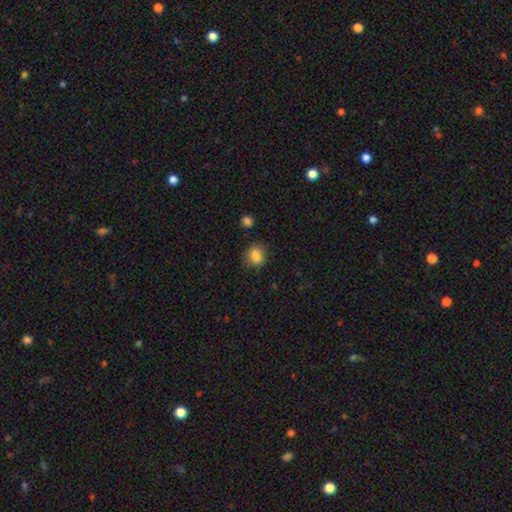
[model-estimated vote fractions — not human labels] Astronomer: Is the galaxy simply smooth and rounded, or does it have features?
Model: smooth — 85%.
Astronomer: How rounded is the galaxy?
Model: round — 64%.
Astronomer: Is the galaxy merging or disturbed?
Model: none — 78%.